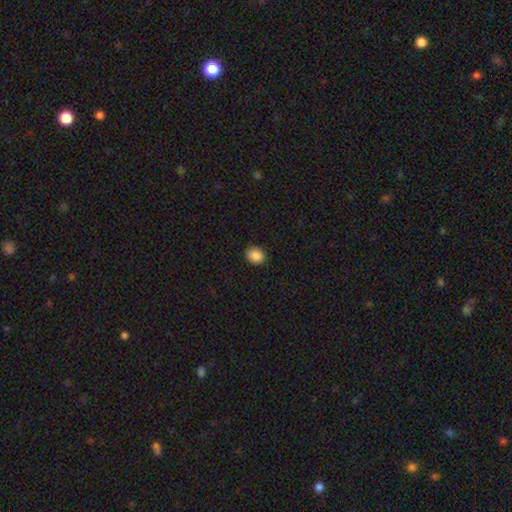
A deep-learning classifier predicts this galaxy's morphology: Smooth or featured?
  - smooth: 88% *
  - star or artifact: 9%
  - featured or disk: 3%
How rounded?
  - round: 65% *
  - in between: 34%
  - cigar-shaped: 1%
Merging?
  - none: 90% *
  - minor disturbance: 7%
  - major disturbance: 2%
  - merger: 1%